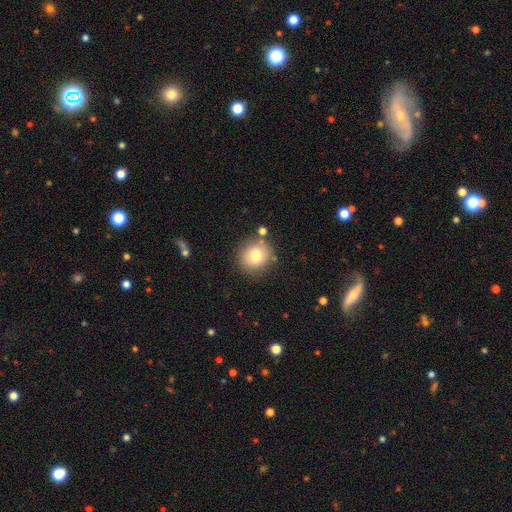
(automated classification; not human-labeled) smooth 76%, featured or disk 13%, star or artifact 11%. Down the decision tree: how rounded — round (87%); merging — none (80%).